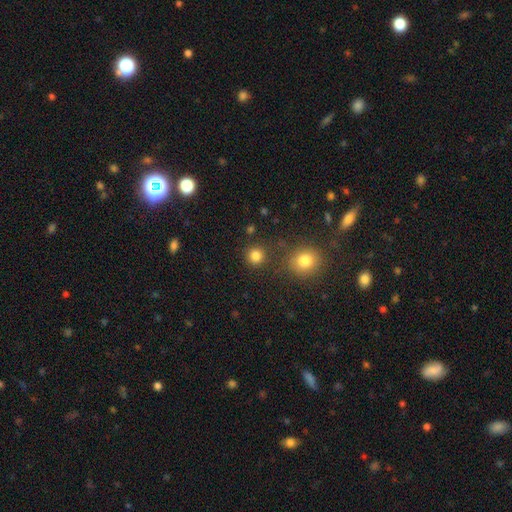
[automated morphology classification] Smooth or featured: smooth — 83% (star or artifact — 13%)
How rounded: round — 93% (in between — 6%)
Merging: none — 85% (minor disturbance — 6%)